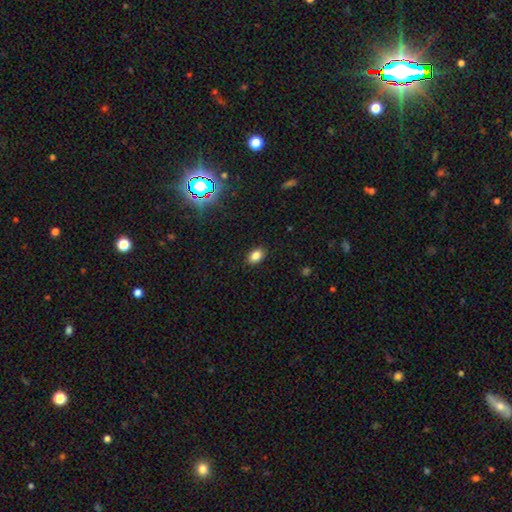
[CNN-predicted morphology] A smooth galaxy with no disk features (84%) that is in between round and cigar-shaped (83%).

Vote fractions:
- Smooth or featured? smooth: 84% / star or artifact: 11% / featured or disk: 5%
- How rounded? in between: 83% / round: 16% / cigar-shaped: 1%
- Merging? none: 89% / minor disturbance: 8% / major disturbance: 2% / merger: 1%